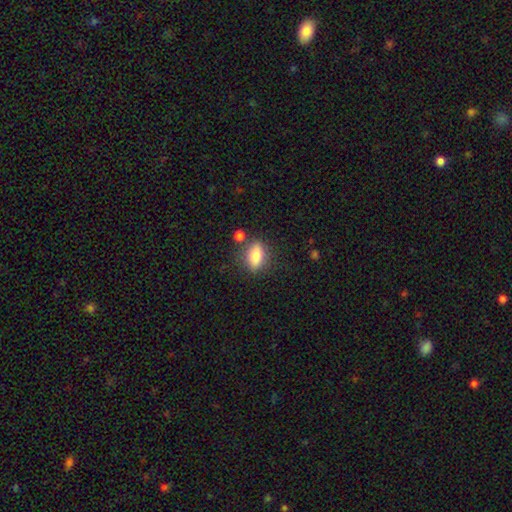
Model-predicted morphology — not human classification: smooth 80%, featured or disk 12%, star or artifact 8%. Down the decision tree: how rounded — in between (79%); merging — none (74%).